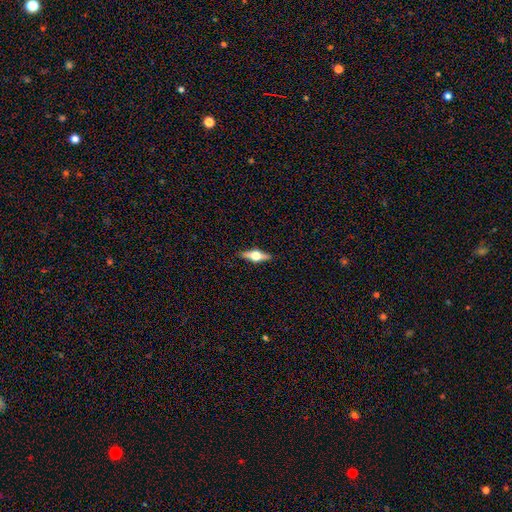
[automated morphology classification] Smooth or featured: featured or disk — 69% (smooth — 25%)
Edge-on disk: yes — 96% (no — 4%)
Edge-on bulge: rounded — 95% (boxy — 4%)
Merging: none — 89% (minor disturbance — 8%)